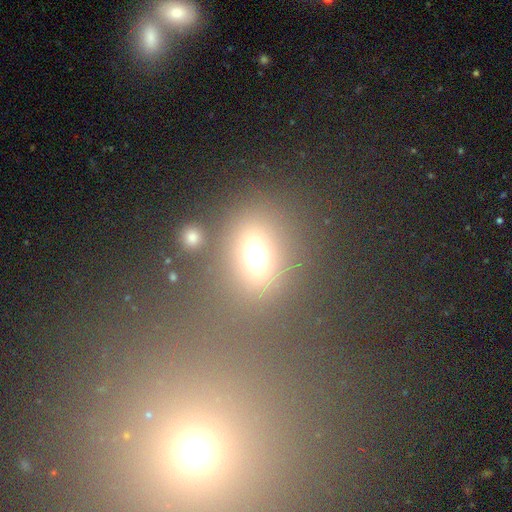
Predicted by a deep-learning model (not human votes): smooth_or_featured: smooth (p=0.63) [alt: star or artifact p=0.24]
how_rounded: in between (p=0.62) [alt: round p=0.33]
merging: none (p=0.75) [alt: minor disturbance p=0.11]